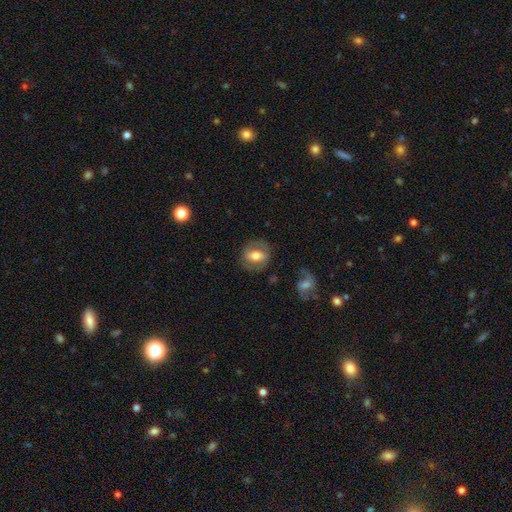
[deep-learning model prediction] Smooth or featured? Predicted: smooth (p=0.49). Merging? Predicted: none (p=0.76).